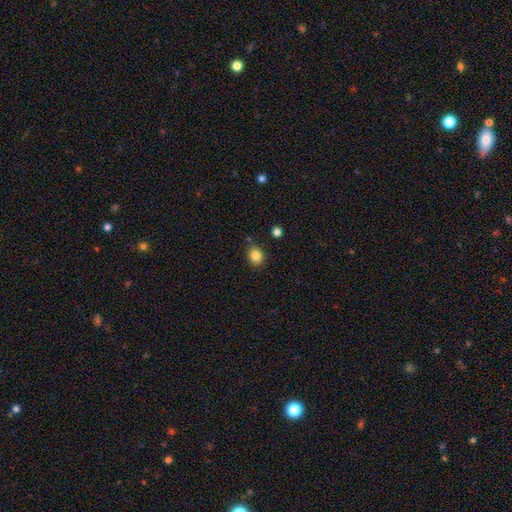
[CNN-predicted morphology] Smooth or featured: smooth — 85% (star or artifact — 10%)
How rounded: round — 65% (in between — 34%)
Merging: none — 79% (minor disturbance — 13%)